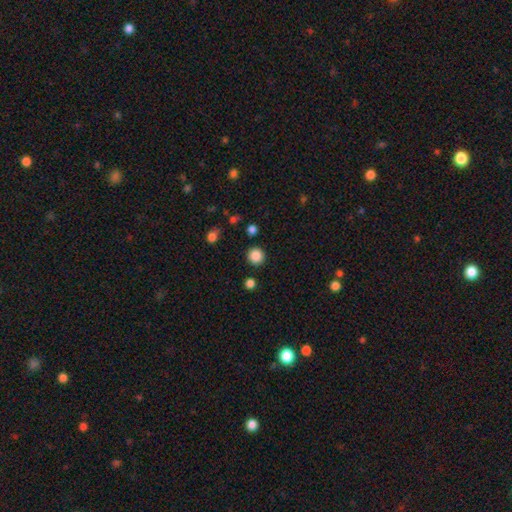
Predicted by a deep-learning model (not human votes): Overall: smooth (86%). How rounded: round (94%). Merging: none (89%).